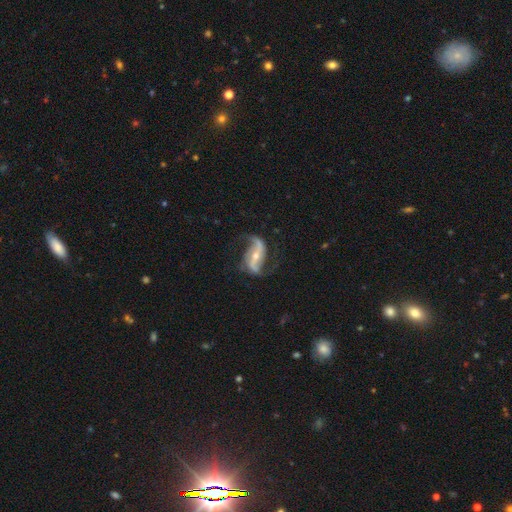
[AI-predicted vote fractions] Smooth or featured? Predicted: featured or disk (p=0.89). Edge-on disk? Predicted: no (p=0.96). Bar? Predicted: strong (p=0.51). Spiral arms? Predicted: yes (p=0.96). Spiral winding? Predicted: loose (p=0.72). Spiral arm count? Predicted: 2 (p=0.91). Bulge size? Predicted: small (p=0.51). Merging? Predicted: none (p=0.70).